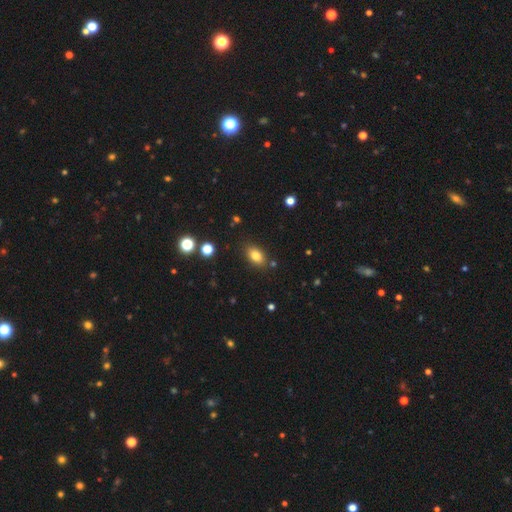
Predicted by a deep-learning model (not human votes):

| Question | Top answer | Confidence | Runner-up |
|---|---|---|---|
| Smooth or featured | smooth | 81% | star or artifact (11%) |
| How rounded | in between | 85% | round (13%) |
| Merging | none | 83% | minor disturbance (11%) |